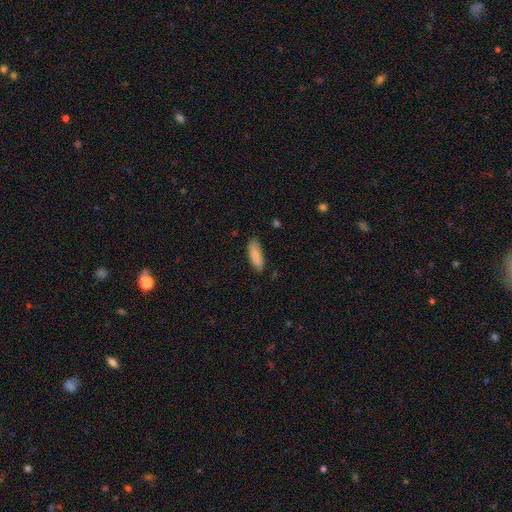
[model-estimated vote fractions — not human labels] smooth 83%, featured or disk 11%, star or artifact 6%. Down the decision tree: how rounded — in between (71%); merging — none (77%).